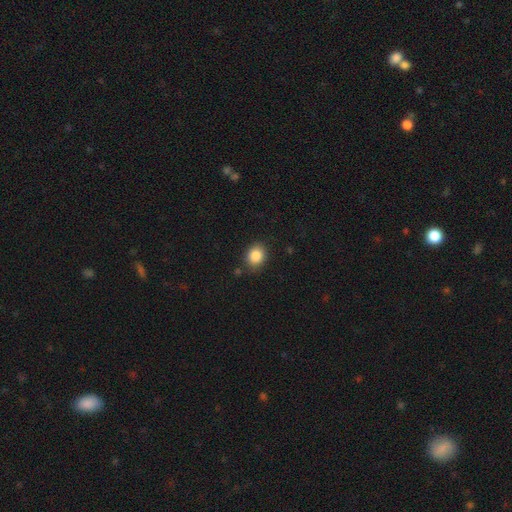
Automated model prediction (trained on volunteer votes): A smooth galaxy with no disk features (86%) that is round (57%).

Vote fractions:
- Smooth or featured? smooth: 86% / star or artifact: 9% / featured or disk: 5%
- How rounded? round: 57% / in between: 42% / cigar-shaped: 1%
- Merging? none: 82% / minor disturbance: 12% / major disturbance: 3% / merger: 2%